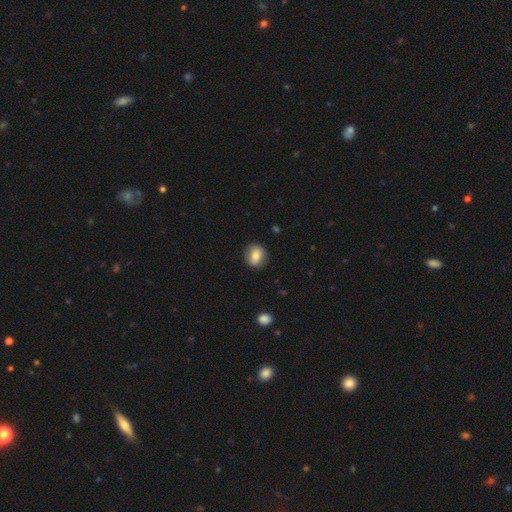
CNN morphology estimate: smooth 73%, featured or disk 19%, star or artifact 8%. Down the decision tree: how rounded — round (73%); merging — none (84%).